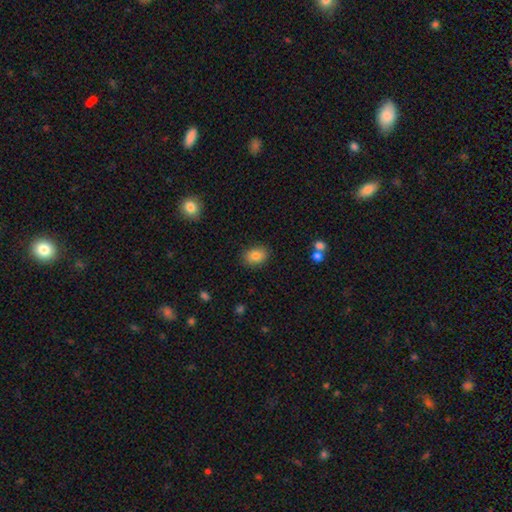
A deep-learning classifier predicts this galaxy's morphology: Smooth or featured? smooth (83%)
How rounded? in between (66%)
Merging? none (86%)